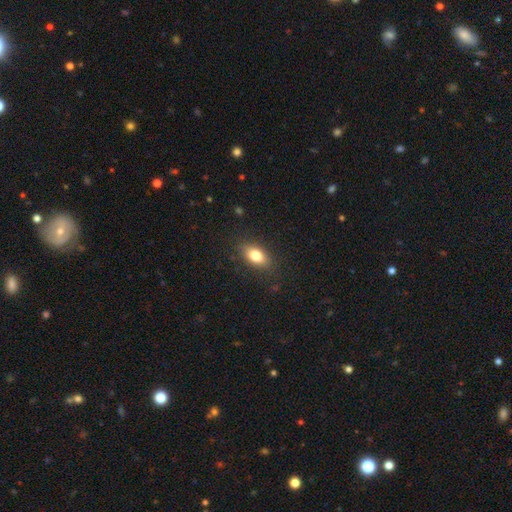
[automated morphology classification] type=smooth (80%); roundness=in between (86%); merging=none (84%).